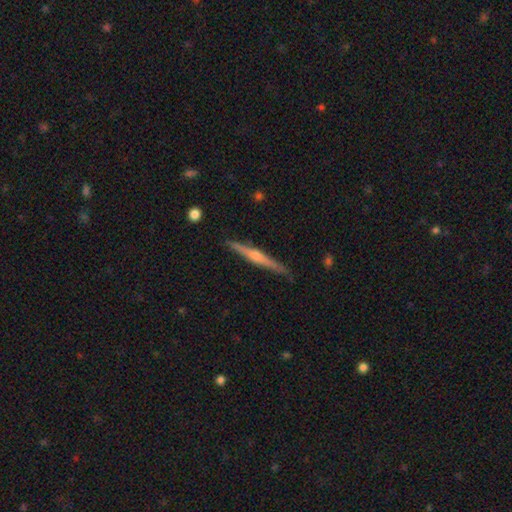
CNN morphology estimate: This is likely a featured or disk galaxy (75%). It is clearly viewed edge-on (98%). Edge-on bulge: likely rounded (79%). Merging: clearly none (90%).